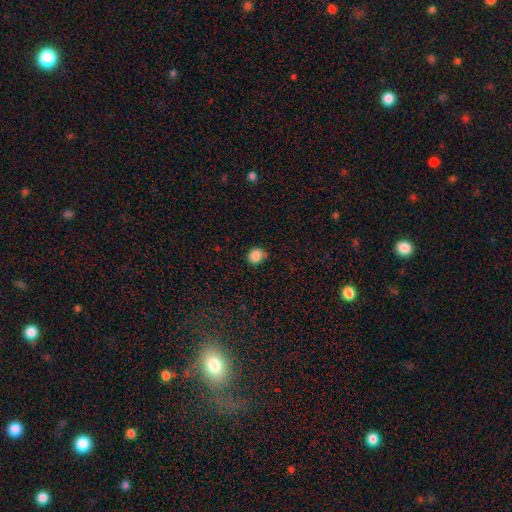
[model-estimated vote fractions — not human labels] The model was most divided on "how rounded": round: 76%, in between: 23%, cigar-shaped: 1%. More confident: smooth or featured — smooth (86%); merging — none (78%).